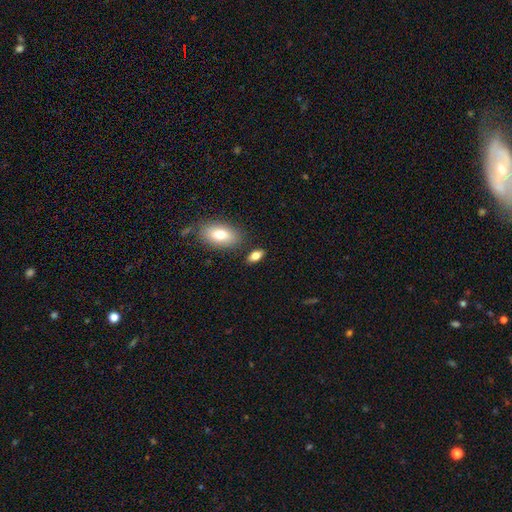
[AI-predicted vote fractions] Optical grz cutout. It shows a smooth galaxy with no disk features (81%) that is in between round and cigar-shaped (84%). Merging: none (78%).